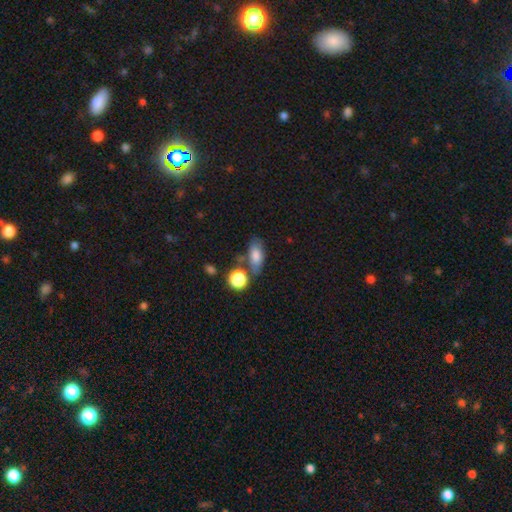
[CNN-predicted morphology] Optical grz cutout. It shows a smooth galaxy with no disk features (76%) that is in between round and cigar-shaped (81%). Merging: none (60%).